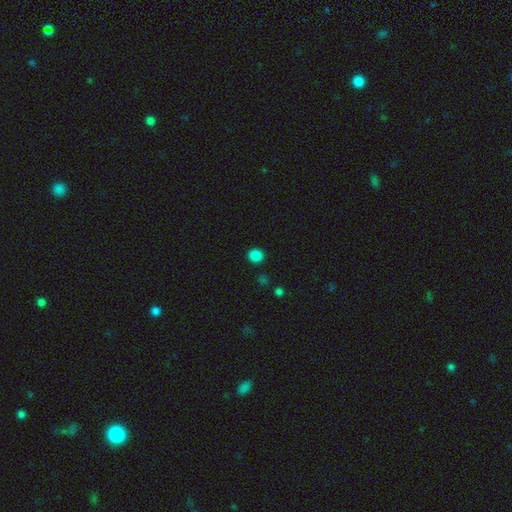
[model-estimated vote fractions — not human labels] Smooth or featured? Predicted: smooth (p=0.85). How rounded? Predicted: round (p=0.85). Merging? Predicted: none (p=0.90).